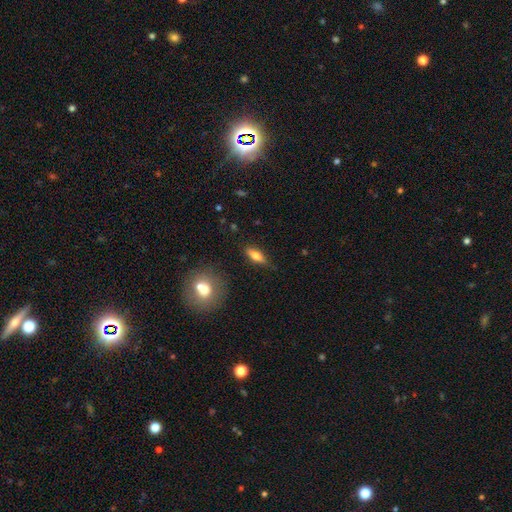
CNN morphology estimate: The model was most divided on "how rounded": in between: 58%, cigar-shaped: 39%, round: 3%. More confident: merging — none (80%); smooth or featured — smooth (64%).